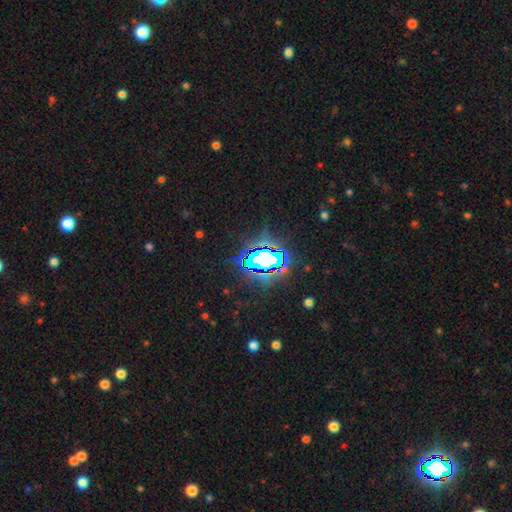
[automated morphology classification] This appears to be a star or artifact, not a galaxy (71%).